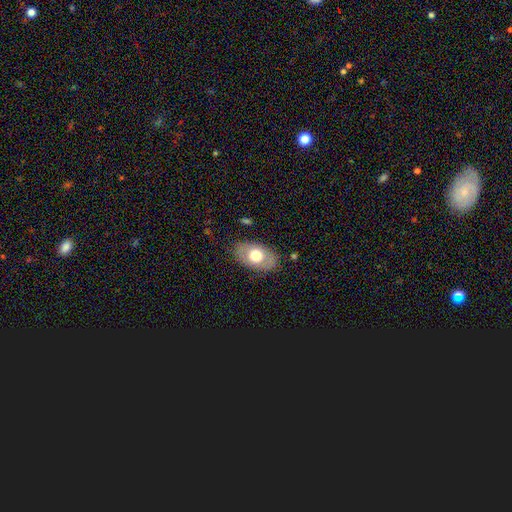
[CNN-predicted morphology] smooth_or_featured: smooth (p=0.59) [alt: featured or disk p=0.35]
how_rounded: in between (p=0.87) [alt: round p=0.12]
merging: none (p=0.79) [alt: minor disturbance p=0.15]